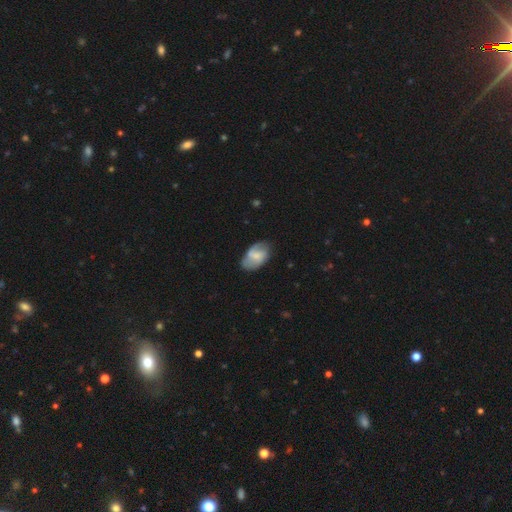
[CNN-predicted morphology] Smooth or featured? Predicted: smooth (p=0.52). How rounded? Predicted: in between (p=0.91). Merging? Predicted: none (p=0.63).